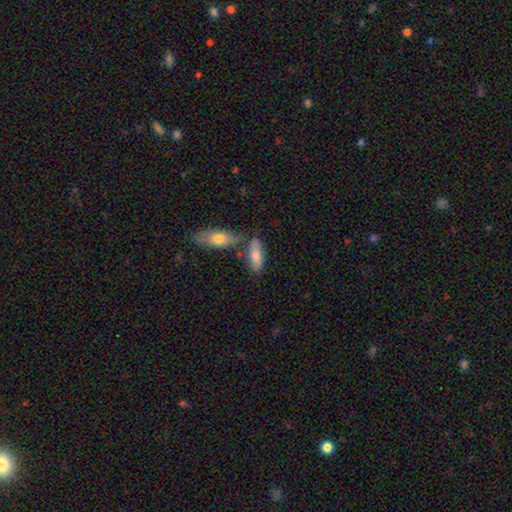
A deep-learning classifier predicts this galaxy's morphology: Overall: smooth (78%). How rounded: in between (73%). Merging: none (58%; merger 21%).